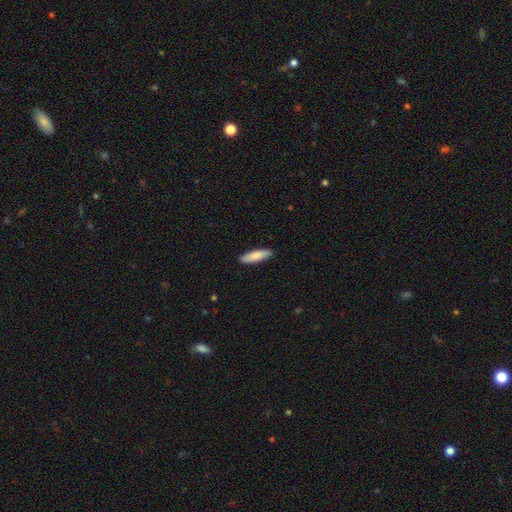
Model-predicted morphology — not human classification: Overall: smooth (84%). How rounded: cigar-shaped (62%; in between 36%). Merging: none (90%).